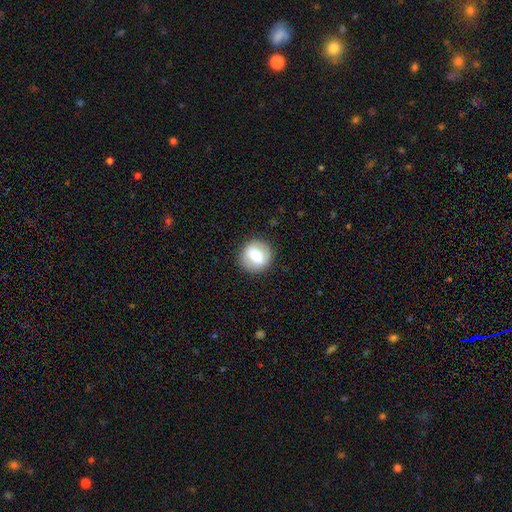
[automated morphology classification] smooth 64%, featured or disk 28%, star or artifact 8%. Down the decision tree: how rounded — round (91%); merging — none (88%).